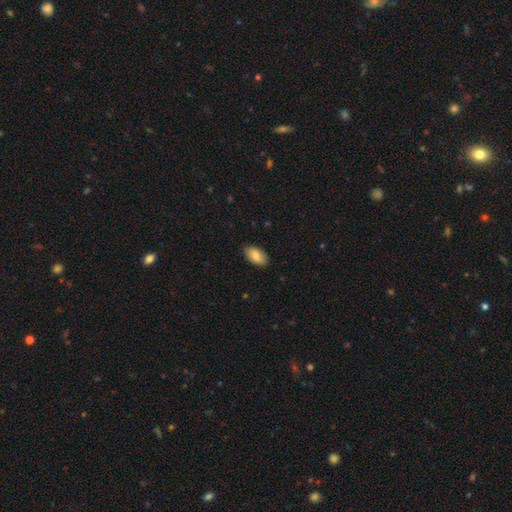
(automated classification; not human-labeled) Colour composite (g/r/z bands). It shows a smooth galaxy with no disk features (82%) that is in between round and cigar-shaped (94%). Merging: none (87%).